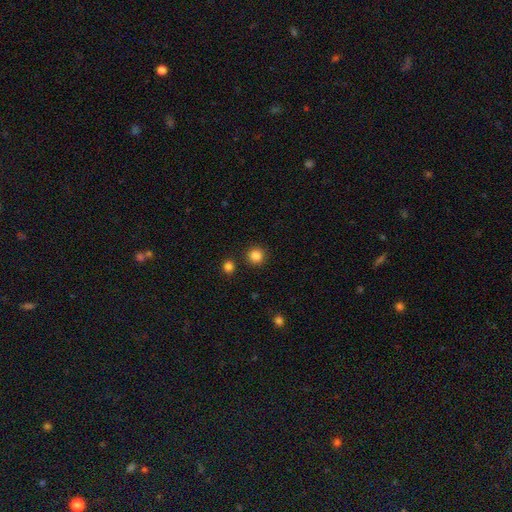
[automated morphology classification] Q: Smooth or featured?
A: smooth (85%); runner-up: star or artifact (12%)
Q: How rounded?
A: round (95%); runner-up: in between (4%)
Q: Merging?
A: none (90%); runner-up: minor disturbance (5%)